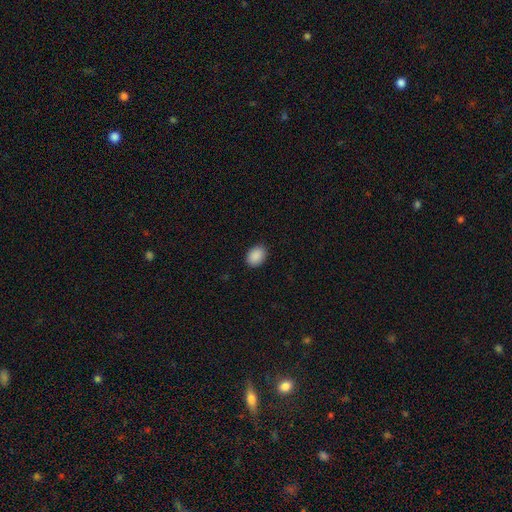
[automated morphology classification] The model was most divided on "how rounded": in between: 72%, round: 27%, cigar-shaped: 1%. More confident: smooth or featured — smooth (90%); merging — none (89%).